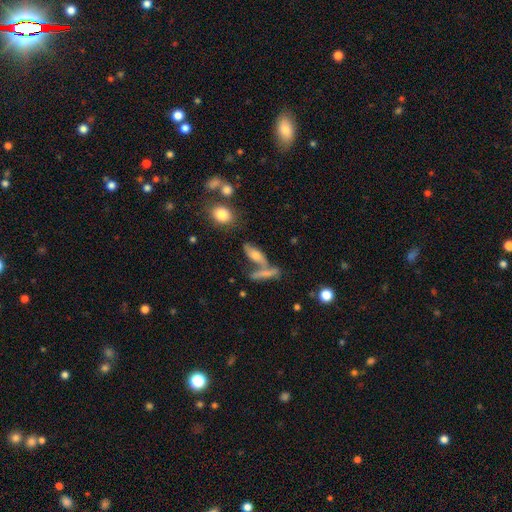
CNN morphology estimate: Smooth or featured? smooth (51%)
How rounded? cigar-shaped (51%)
Merging? none (43%)